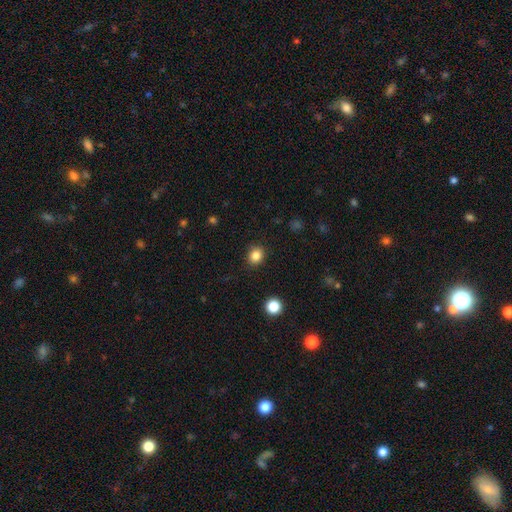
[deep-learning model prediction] This appears to be a smooth galaxy with no disk features (84%) that is round (70%). Merging: none (89%).